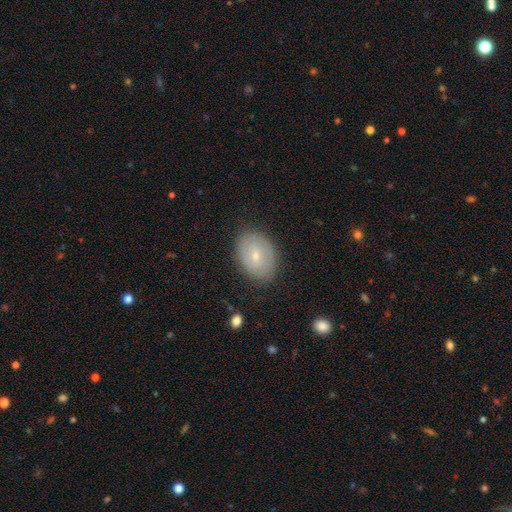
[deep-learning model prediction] This is possibly a smooth galaxy (54%). How rounded: likely in between (77%). Merging: clearly none (82%).